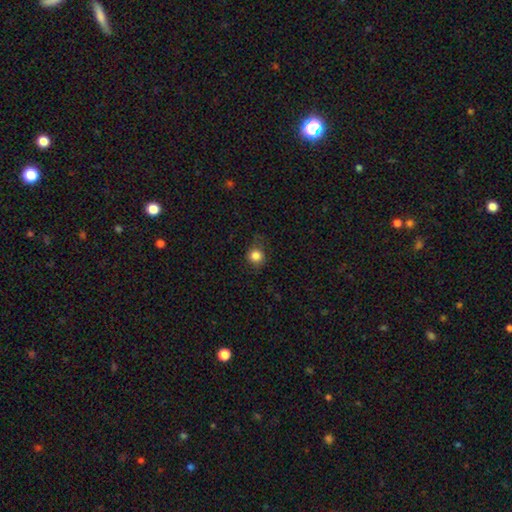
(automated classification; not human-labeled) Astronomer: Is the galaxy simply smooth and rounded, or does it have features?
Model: smooth — 83%.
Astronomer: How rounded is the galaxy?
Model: round — 87%.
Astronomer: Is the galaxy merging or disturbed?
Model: none — 76%.